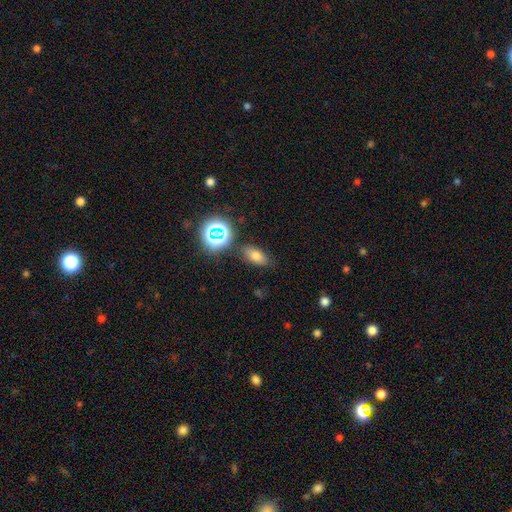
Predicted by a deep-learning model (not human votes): Smooth or featured? Predicted: smooth (p=0.68). How rounded? Predicted: in between (p=0.82). Merging? Predicted: none (p=0.79).